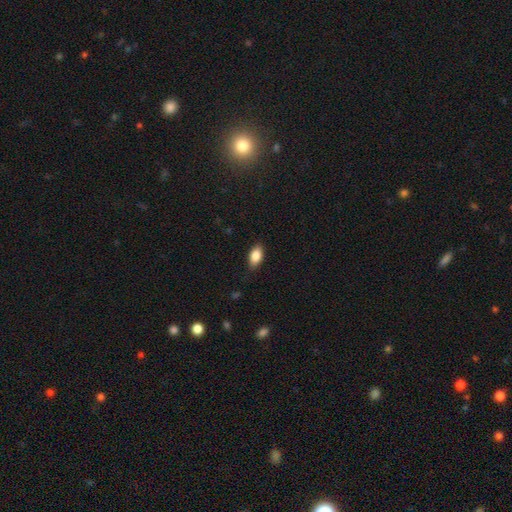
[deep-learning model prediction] Smooth or featured? Predicted: smooth (p=0.85). How rounded? Predicted: in between (p=0.90). Merging? Predicted: none (p=0.85).